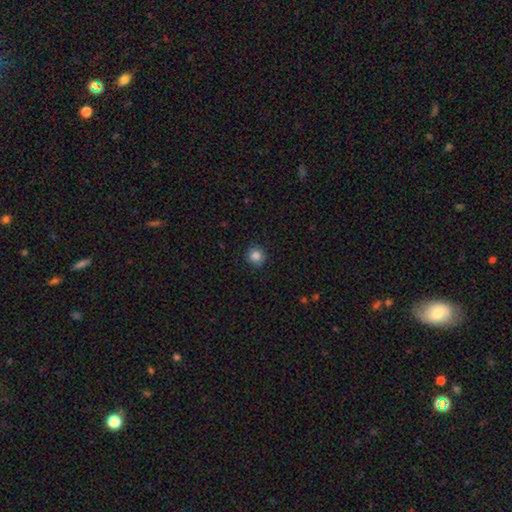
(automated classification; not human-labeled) Overall: smooth (85%). How rounded: round (91%). Merging: none (87%).